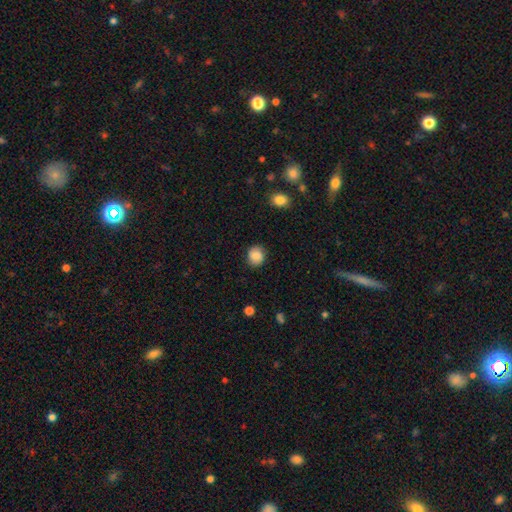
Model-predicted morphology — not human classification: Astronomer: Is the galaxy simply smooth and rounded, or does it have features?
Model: smooth — 84%.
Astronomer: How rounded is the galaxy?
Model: round — 78%.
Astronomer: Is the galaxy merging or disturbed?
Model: none — 85%.